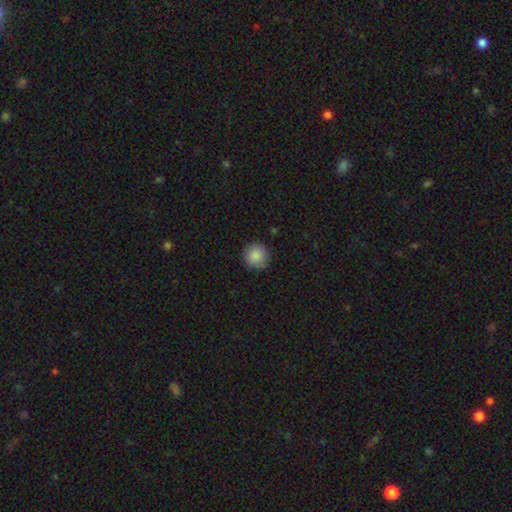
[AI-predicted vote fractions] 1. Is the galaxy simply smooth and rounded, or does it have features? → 88% smooth, 8% star or artifact, 4% featured or disk.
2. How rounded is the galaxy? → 94% round, 5% in between, 1% cigar-shaped.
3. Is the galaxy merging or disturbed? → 88% none, 9% minor disturbance, 2% major disturbance, 1% merger.